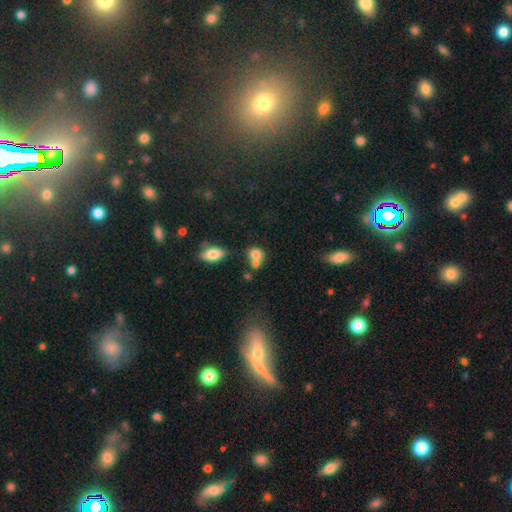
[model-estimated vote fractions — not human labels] Morphology: type=smooth (77%); roundness=round (66%); merging=merger (49%).